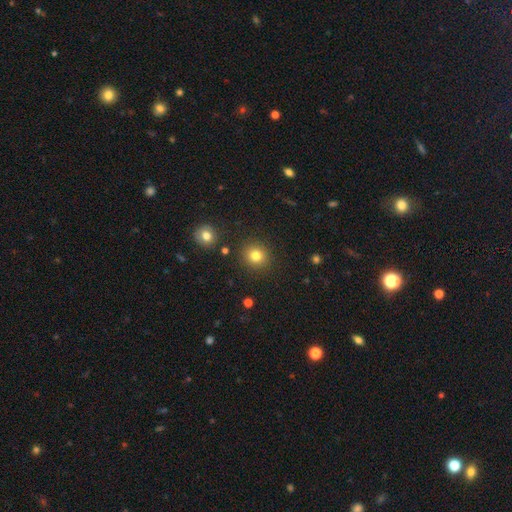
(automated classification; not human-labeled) A smooth galaxy with no disk features (80%) that is round (91%).

Vote fractions:
- Smooth or featured? smooth: 80% / star or artifact: 13% / featured or disk: 6%
- How rounded? round: 91% / in between: 8% / cigar-shaped: 1%
- Merging? none: 89% / minor disturbance: 6% / major disturbance: 3% / merger: 2%